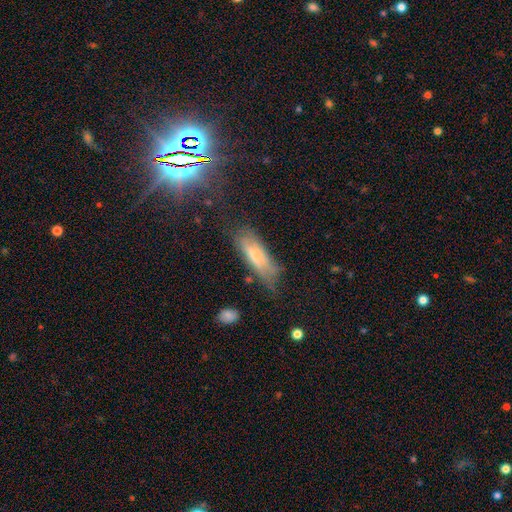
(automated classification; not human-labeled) This is possibly a smooth galaxy (58%). How rounded: possibly cigar-shaped (54%). Merging: likely none (61%).